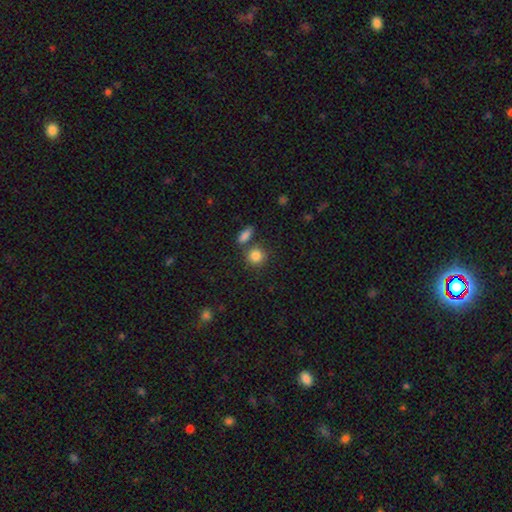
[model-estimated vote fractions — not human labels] Q: Smooth or featured?
A: smooth (85%); runner-up: star or artifact (9%)
Q: How rounded?
A: round (81%); runner-up: in between (18%)
Q: Merging?
A: none (68%); runner-up: merger (18%)